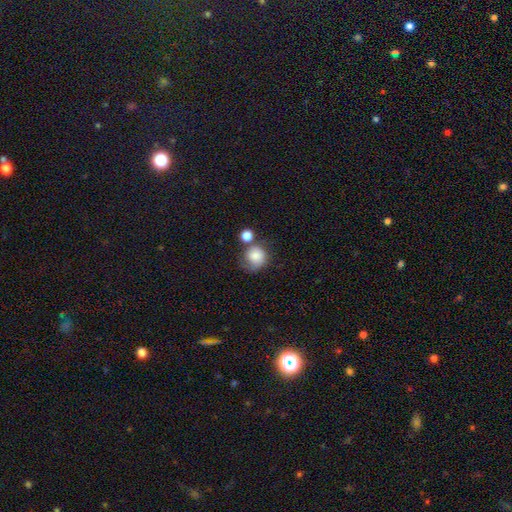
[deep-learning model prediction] smooth 74%, featured or disk 17%, star or artifact 9%. Down the decision tree: how rounded — round (79%); merging — none (39%).